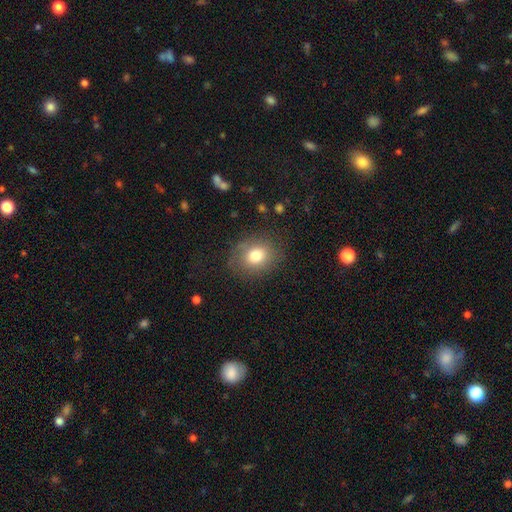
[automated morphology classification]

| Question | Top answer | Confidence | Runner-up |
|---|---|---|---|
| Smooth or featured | smooth | 77% | featured or disk (12%) |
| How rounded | round | 58% | in between (41%) |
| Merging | none | 80% | minor disturbance (13%) |